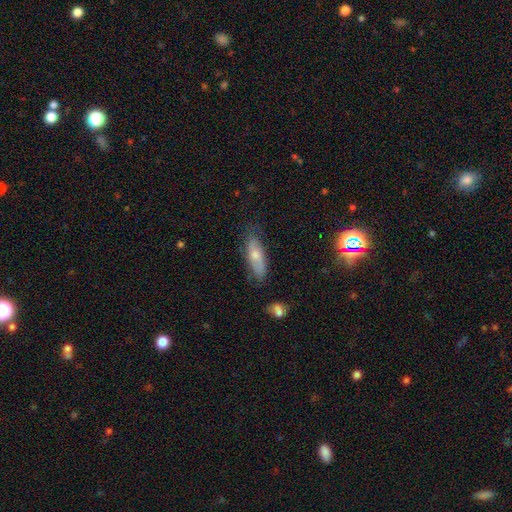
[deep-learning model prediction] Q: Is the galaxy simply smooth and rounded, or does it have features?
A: smooth — 61%.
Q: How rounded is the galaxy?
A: in between — 59%.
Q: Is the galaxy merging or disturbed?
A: none — 72%.